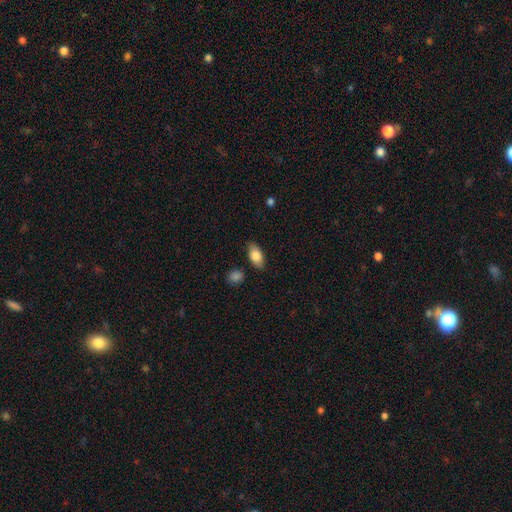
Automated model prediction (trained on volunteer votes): A smooth galaxy with no disk features (81%) that is in between round and cigar-shaped (89%).

Vote fractions:
- Smooth or featured? smooth: 81% / featured or disk: 12% / star or artifact: 7%
- How rounded? in between: 89% / cigar-shaped: 6% / round: 5%
- Merging? none: 83% / minor disturbance: 12% / major disturbance: 3% / merger: 2%